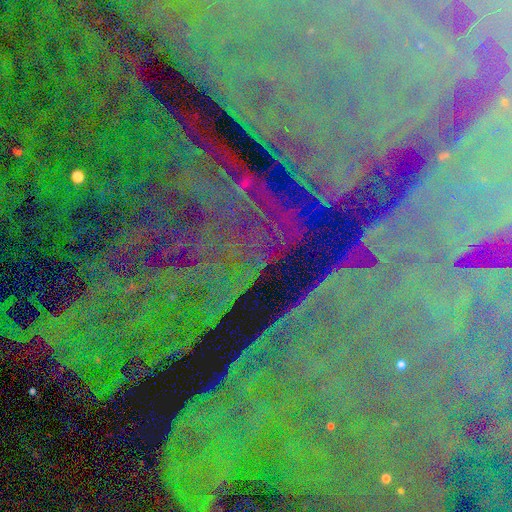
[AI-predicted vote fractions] Q: Smooth or featured?
A: star or artifact (87%); runner-up: featured or disk (8%)